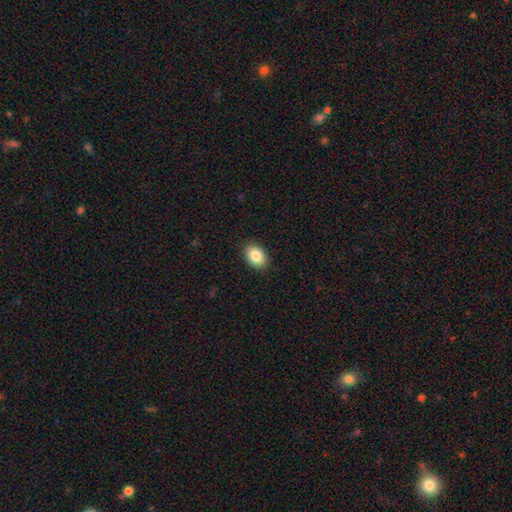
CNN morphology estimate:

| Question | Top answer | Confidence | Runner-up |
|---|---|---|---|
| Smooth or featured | smooth | 87% | star or artifact (7%) |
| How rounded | in between | 80% | round (19%) |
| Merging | none | 89% | minor disturbance (8%) |